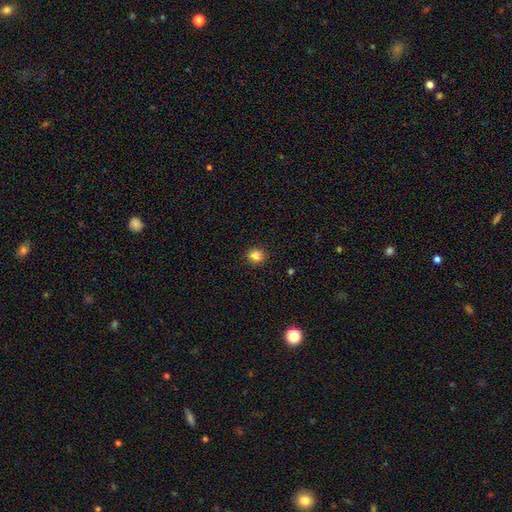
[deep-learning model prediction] This appears to be a smooth galaxy with no disk features (84%) that is round (85%). Merging: none (91%).